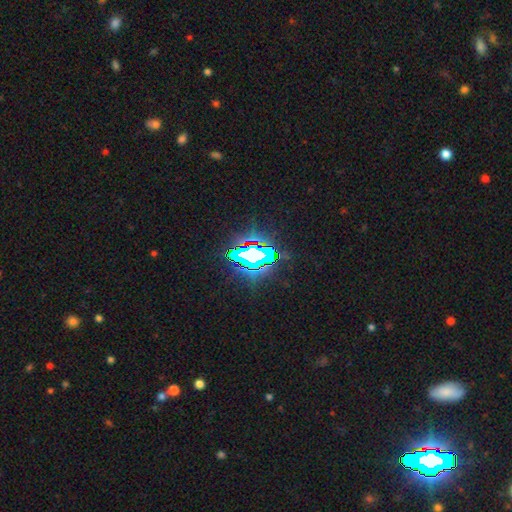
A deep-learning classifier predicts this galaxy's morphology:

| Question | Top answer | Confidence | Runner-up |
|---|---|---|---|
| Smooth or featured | star or artifact | 71% | smooth (15%) |